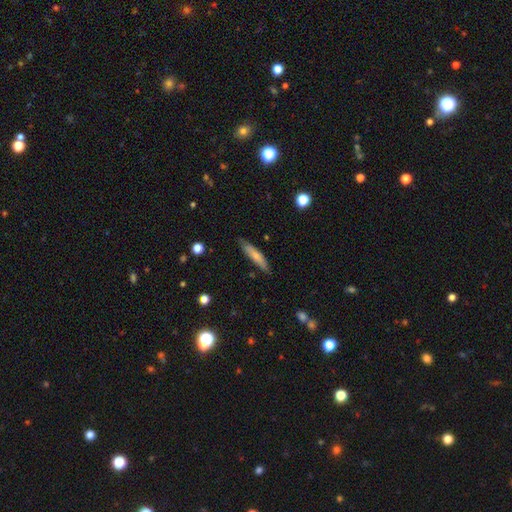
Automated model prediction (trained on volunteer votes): This is likely a smooth galaxy (66%). How rounded: clearly cigar-shaped (85%). Merging: clearly none (82%).